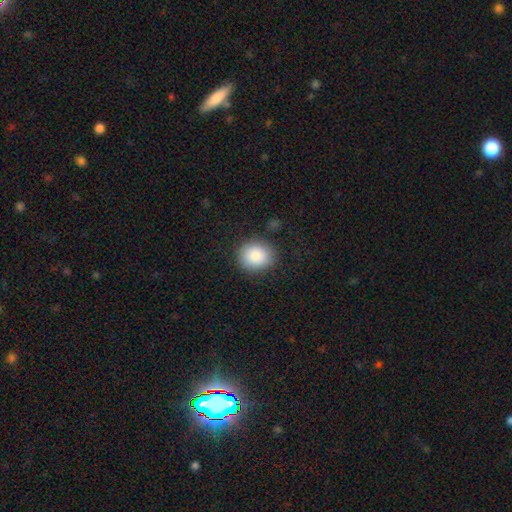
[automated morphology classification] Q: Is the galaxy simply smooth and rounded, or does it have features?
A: smooth — 86%.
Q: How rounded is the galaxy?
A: round — 75%.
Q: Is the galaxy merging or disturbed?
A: none — 84%.